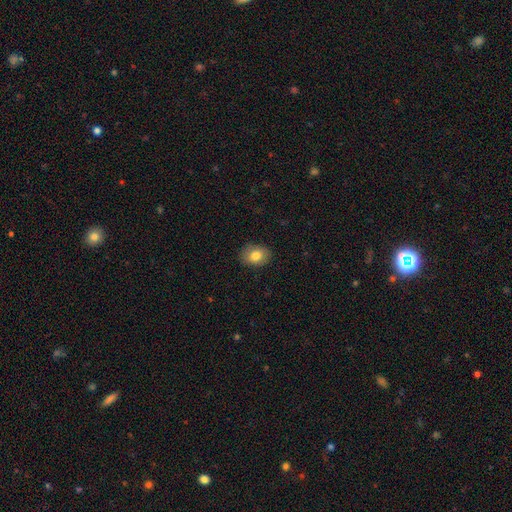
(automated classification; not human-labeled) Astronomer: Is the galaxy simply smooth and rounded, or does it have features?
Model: smooth — 82%.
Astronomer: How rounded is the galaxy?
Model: in between — 64%.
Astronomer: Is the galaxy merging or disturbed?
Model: none — 88%.